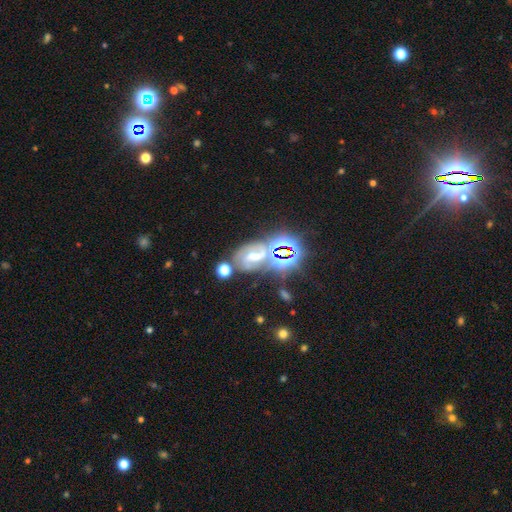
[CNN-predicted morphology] featured or disk 47%, star or artifact 37%, smooth 16%. Down the decision tree: merging — none (55%).